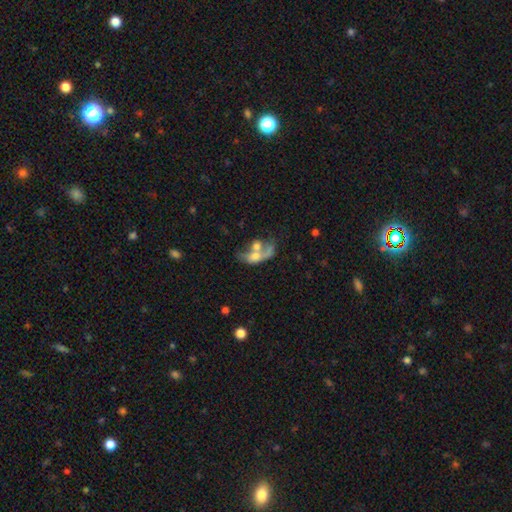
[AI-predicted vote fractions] smooth 45%, featured or disk 44%, star or artifact 10%. Down the decision tree: merging — merger (58%).